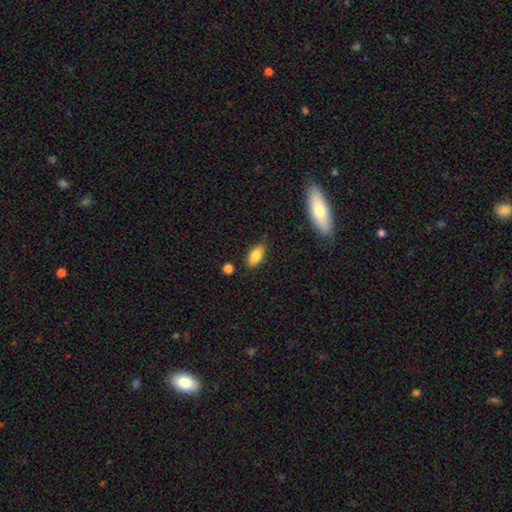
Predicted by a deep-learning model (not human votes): Overall: smooth (83%). How rounded: in between (90%). Merging: none (81%).